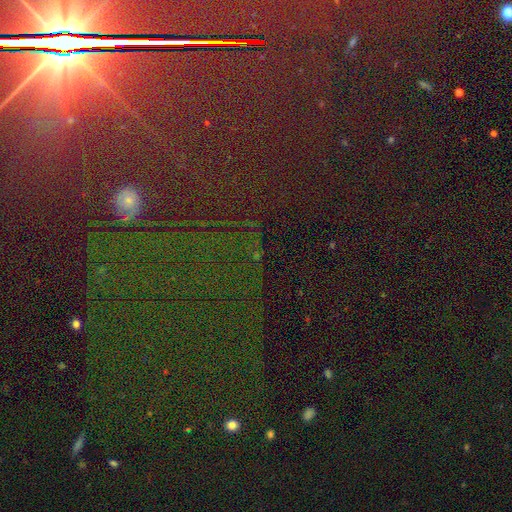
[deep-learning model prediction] This appears to be a star or artifact, not a galaxy (83%).